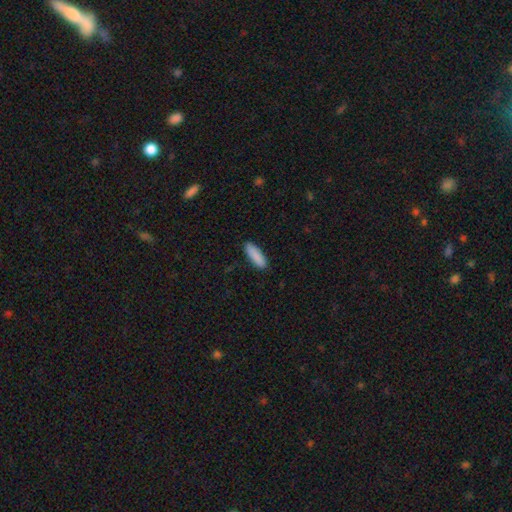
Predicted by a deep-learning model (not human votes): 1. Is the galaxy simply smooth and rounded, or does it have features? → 90% smooth, 6% star or artifact, 5% featured or disk.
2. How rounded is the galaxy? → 53% in between, 45% cigar-shaped, 2% round.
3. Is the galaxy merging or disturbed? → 88% none, 9% minor disturbance, 2% major disturbance, 1% merger.